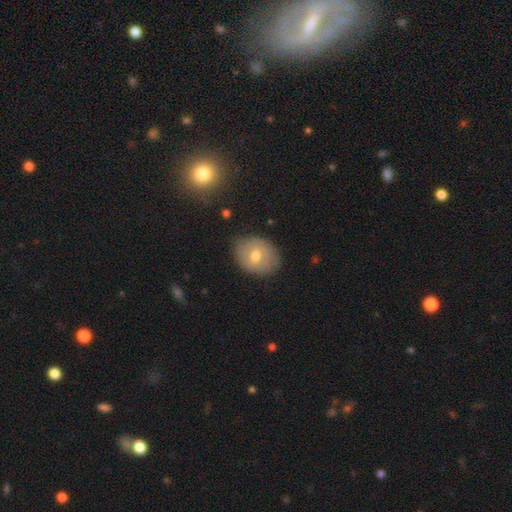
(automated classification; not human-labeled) Smooth or featured? smooth (51%)
How rounded? in between (56%)
Merging? none (80%)